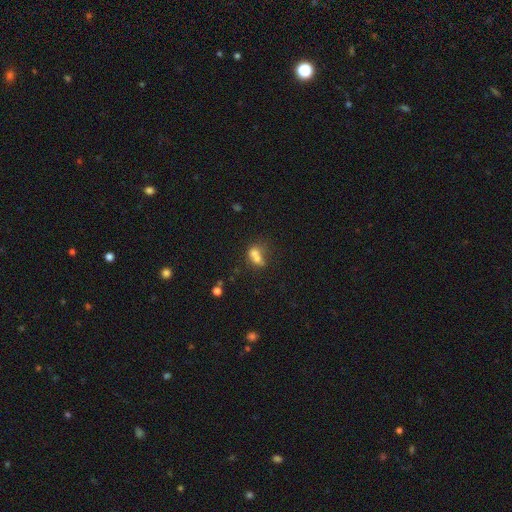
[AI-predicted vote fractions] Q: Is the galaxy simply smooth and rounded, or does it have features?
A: smooth — 65%.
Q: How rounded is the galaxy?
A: in between — 58%.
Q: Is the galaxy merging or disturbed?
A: merger — 61%.